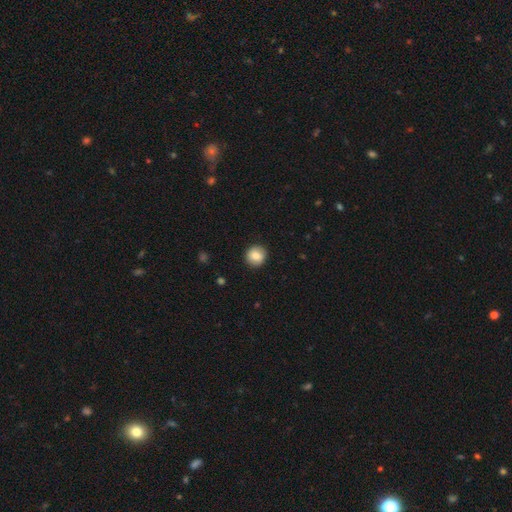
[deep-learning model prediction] This is clearly a smooth galaxy (84%). How rounded: clearly round (88%). Merging: clearly none (90%).